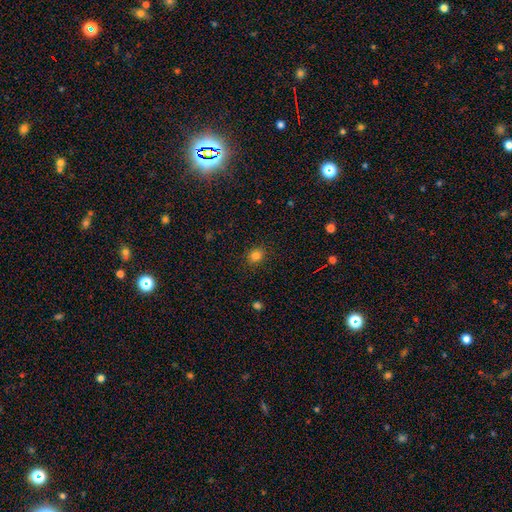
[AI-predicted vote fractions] Overall: smooth (81%). How rounded: round (74%). Merging: none (88%).